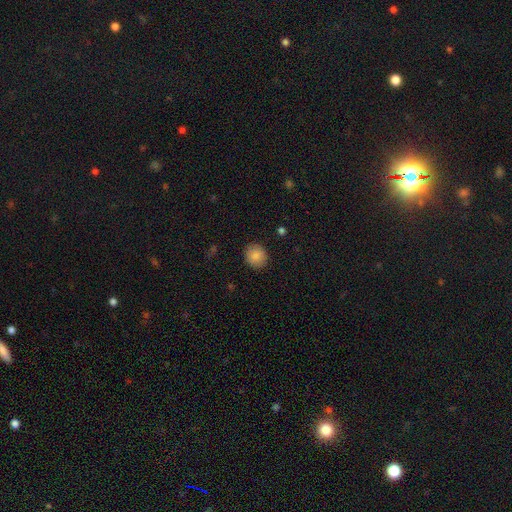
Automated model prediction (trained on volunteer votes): Smooth or featured? smooth (86%)
How rounded? round (78%)
Merging? none (88%)